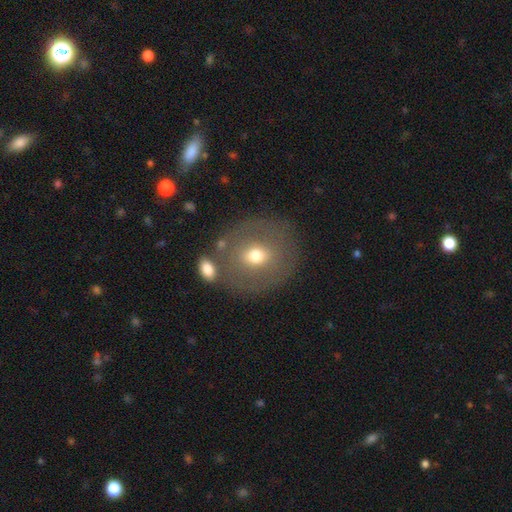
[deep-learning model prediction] smooth 58%, featured or disk 32%, star or artifact 10%. Down the decision tree: how rounded — round (72%); merging — none (73%).